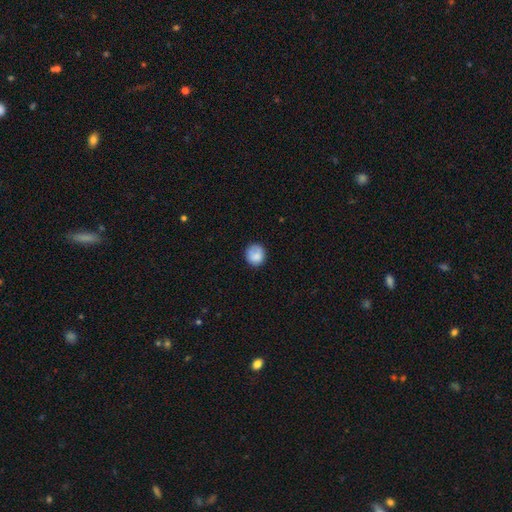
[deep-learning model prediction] Smooth or featured: smooth — 81% (featured or disk — 11%)
How rounded: round — 85% (in between — 14%)
Merging: none — 75% (minor disturbance — 18%)